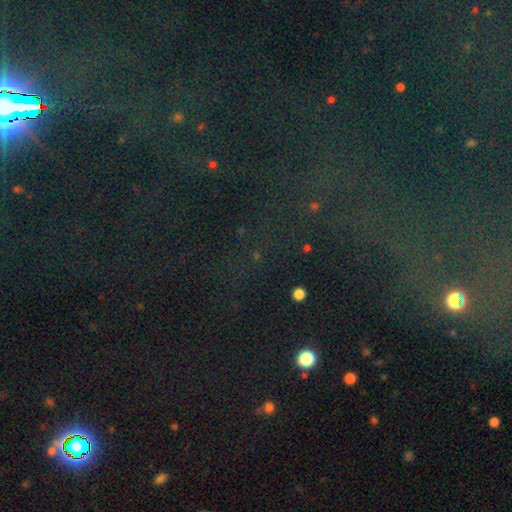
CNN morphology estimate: A star or artifact, not a galaxy (79%).